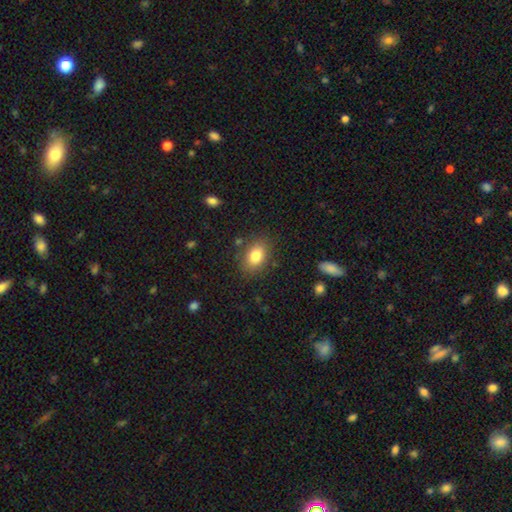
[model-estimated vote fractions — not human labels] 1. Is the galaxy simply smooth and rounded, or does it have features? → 83% smooth, 9% star or artifact, 9% featured or disk.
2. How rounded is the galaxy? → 77% in between, 22% round, 1% cigar-shaped.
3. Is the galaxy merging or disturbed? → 82% none, 12% minor disturbance, 4% major disturbance, 2% merger.